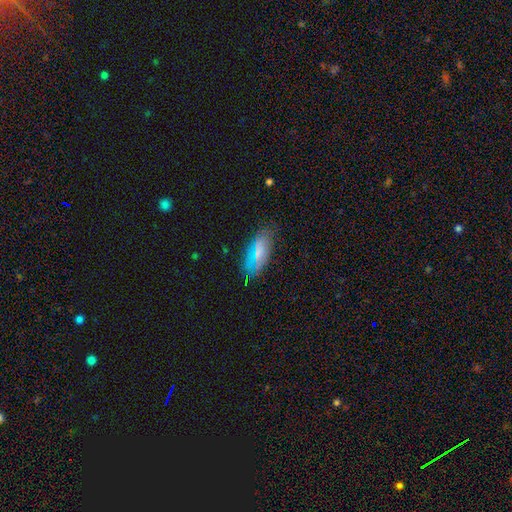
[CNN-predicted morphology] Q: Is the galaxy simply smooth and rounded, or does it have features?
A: smooth — 62%.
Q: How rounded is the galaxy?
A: in between — 78%.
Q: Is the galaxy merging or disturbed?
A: none — 76%.